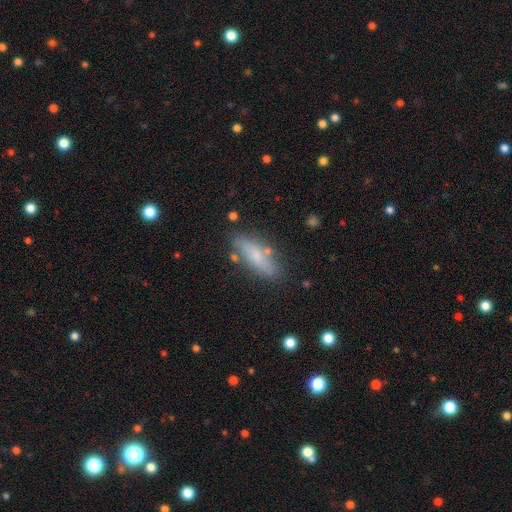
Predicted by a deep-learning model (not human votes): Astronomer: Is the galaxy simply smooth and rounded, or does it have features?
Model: smooth — 66%.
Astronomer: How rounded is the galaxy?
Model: in between — 49% (runner-up: cigar-shaped, 48%).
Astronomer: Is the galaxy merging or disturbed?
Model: none — 77%.